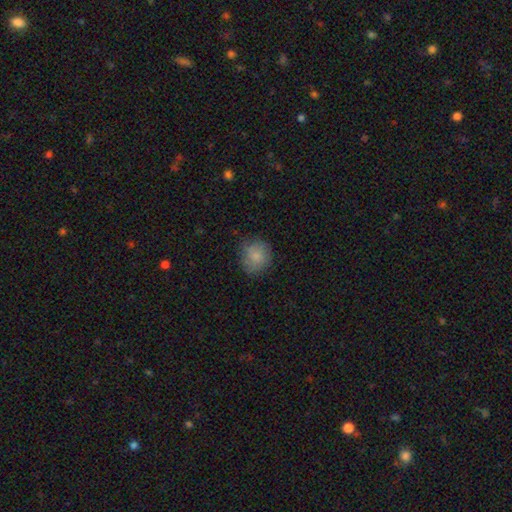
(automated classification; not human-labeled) A smooth galaxy with no disk features (80%) that is round (82%).

Vote fractions:
- Smooth or featured? smooth: 80% / featured or disk: 12% / star or artifact: 8%
- How rounded? round: 82% / in between: 17% / cigar-shaped: 1%
- Merging? none: 73% / minor disturbance: 20% / major disturbance: 6% / merger: 1%